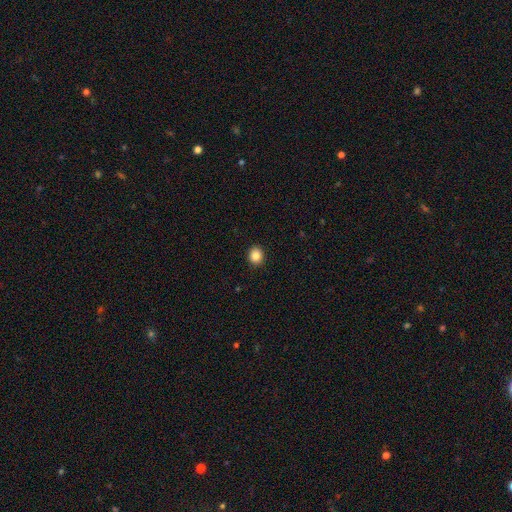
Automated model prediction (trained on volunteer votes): The model was most divided on "how rounded": round: 76%, in between: 23%, cigar-shaped: 1%. More confident: merging — none (92%); smooth or featured — smooth (85%).